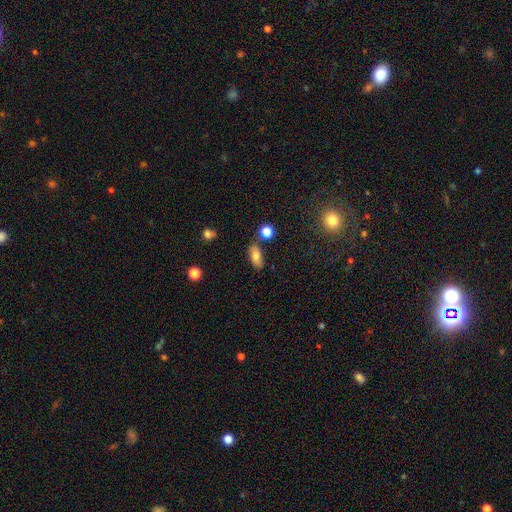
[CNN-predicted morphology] Smooth or featured? Predicted: smooth (p=0.73). How rounded? Predicted: in between (p=0.84). Merging? Predicted: none (p=0.74).